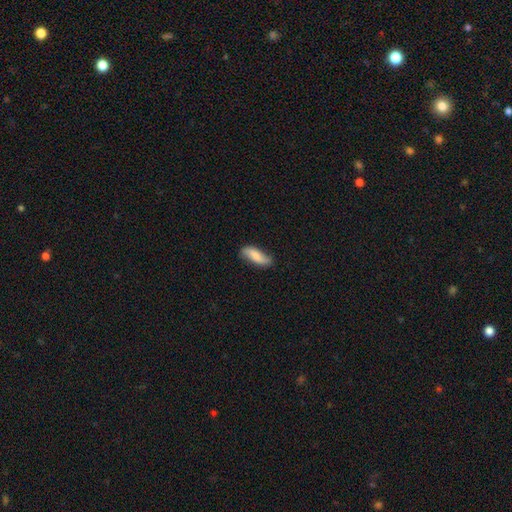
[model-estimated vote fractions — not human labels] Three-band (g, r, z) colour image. It shows a smooth galaxy with no disk features (69%) that is in between round and cigar-shaped (65%). Merging: none (72%).